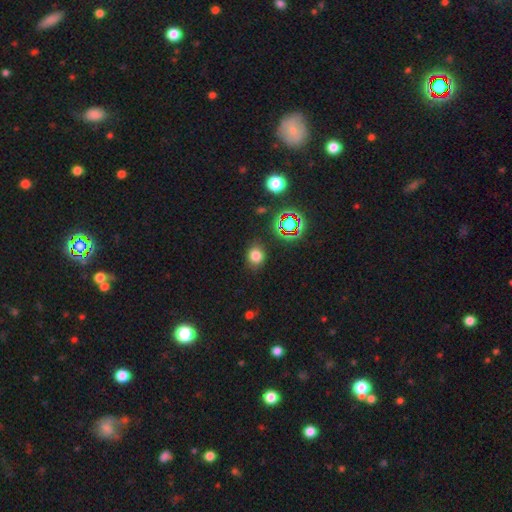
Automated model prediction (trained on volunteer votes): A smooth galaxy with no disk features (75%) that is round (68%). Merging: none (83%).